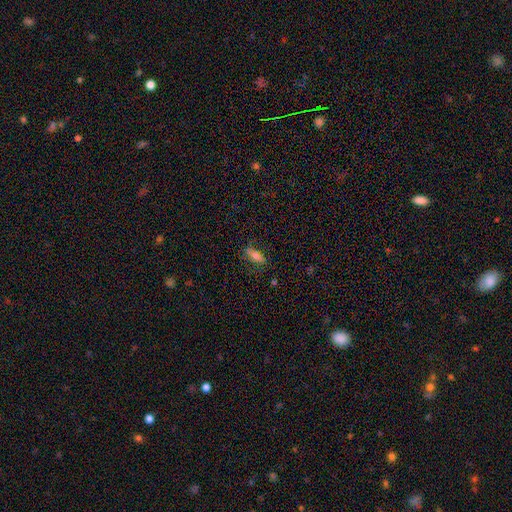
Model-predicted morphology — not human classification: Smooth or featured?
  - smooth: 67% *
  - featured or disk: 24%
  - star or artifact: 9%
How rounded?
  - in between: 59% *
  - cigar-shaped: 38%
  - round: 3%
Merging?
  - none: 74% *
  - minor disturbance: 18%
  - major disturbance: 6%
  - merger: 2%